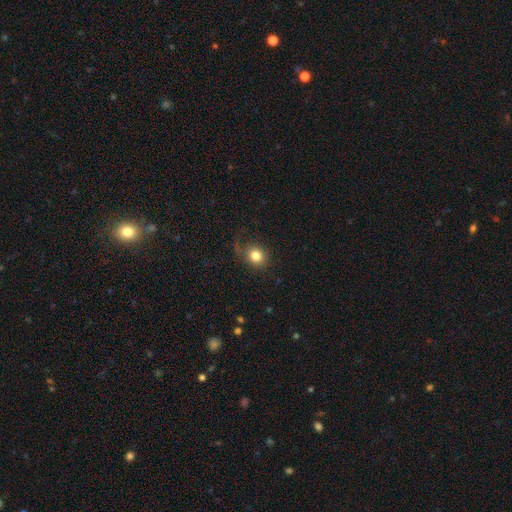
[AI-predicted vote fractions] The model was most divided on "merging": none: 69%, minor disturbance: 17%, major disturbance: 12%, merger: 2%. More confident: smooth or featured — smooth (81%); how rounded — round (80%).